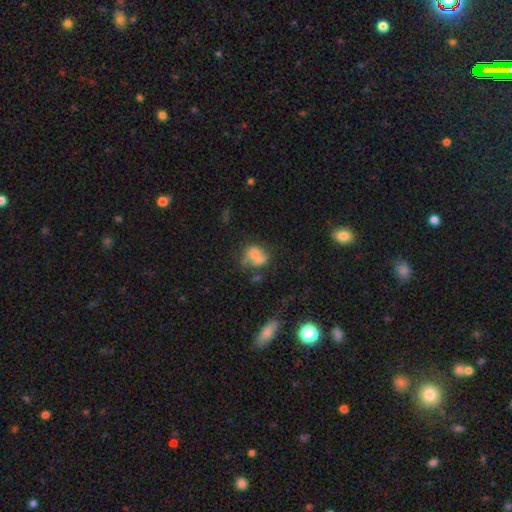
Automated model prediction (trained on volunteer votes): Smooth or featured: smooth — 63% (featured or disk — 23%)
How rounded: round — 51% (in between — 48%)
Merging: merger — 35% (none — 30%)